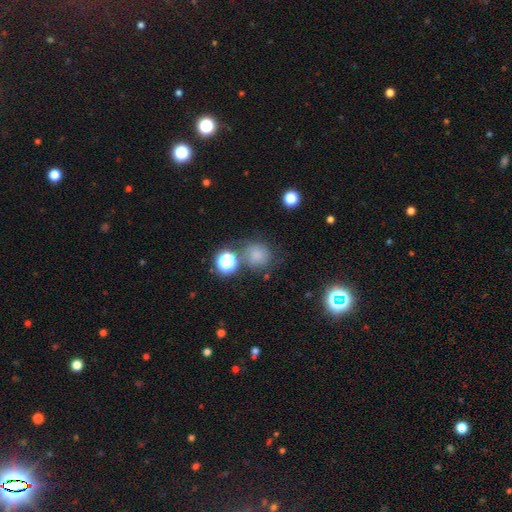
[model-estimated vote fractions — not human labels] A smooth galaxy with no disk features (69%) that is round (85%). Merging: none (62%).